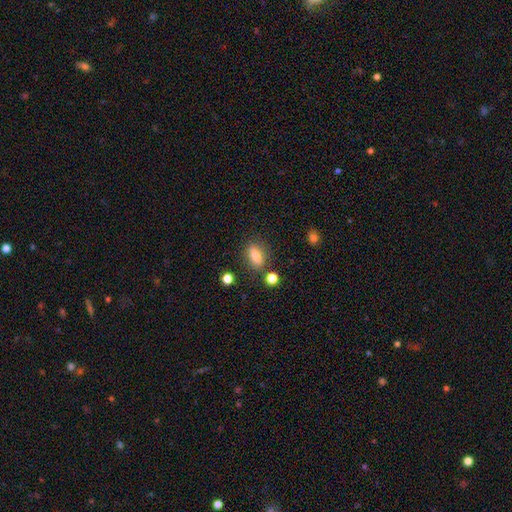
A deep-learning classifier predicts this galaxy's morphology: Smooth or featured: smooth — 73% (featured or disk — 18%)
How rounded: in between — 67% (cigar-shaped — 22%)
Merging: none — 79% (minor disturbance — 12%)